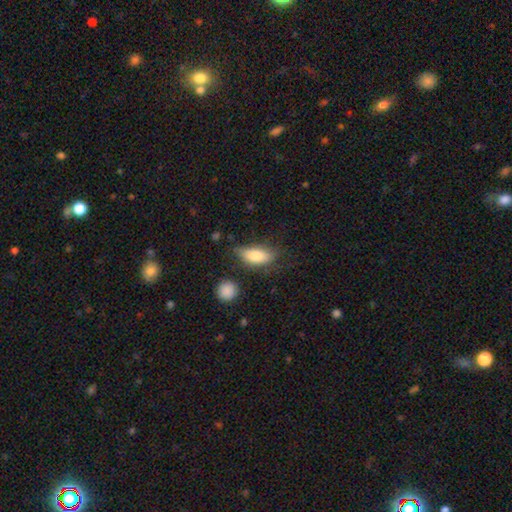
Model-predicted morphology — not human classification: Smooth or featured? Predicted: smooth (p=0.80). How rounded? Predicted: in between (p=0.82). Merging? Predicted: none (p=0.60).